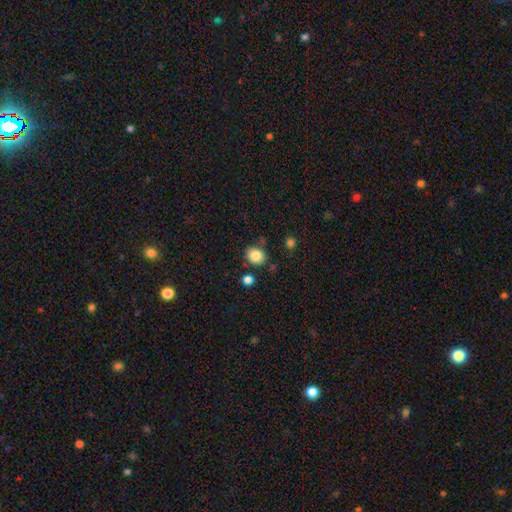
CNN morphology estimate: A smooth galaxy with no disk features (85%) that is round (65%). Merging: none (79%).